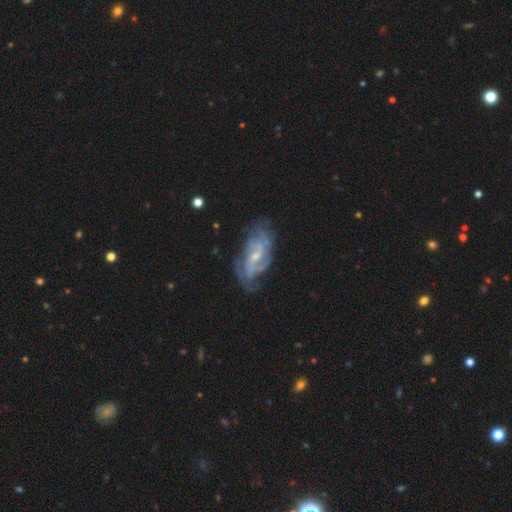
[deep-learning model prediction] Overall: featured or disk (85%). Edge-on disk: no (95%). Bar: weak (50%; no 35%). Spiral arms: yes (94%). Spiral arm count: 2 (40%; can't tell 27%). Spiral winding: tight (45%; medium 42%). Bulge size: small (58%; moderate 35%). Merging: none (64%).